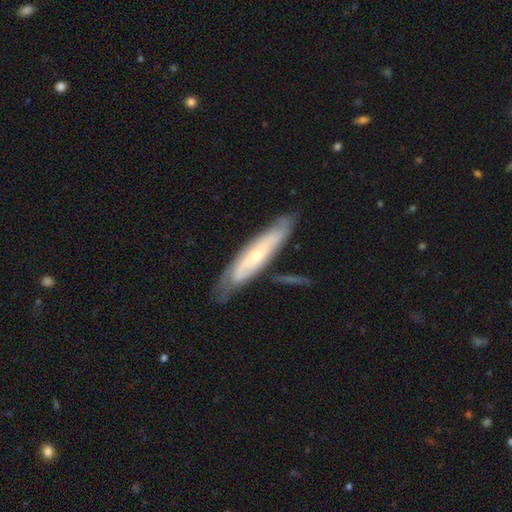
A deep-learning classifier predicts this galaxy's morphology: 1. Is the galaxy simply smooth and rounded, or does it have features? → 63% featured or disk, 31% smooth, 6% star or artifact.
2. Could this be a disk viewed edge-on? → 61% no, 39% yes.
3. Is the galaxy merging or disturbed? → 69% none, 21% minor disturbance, 6% major disturbance, 4% merger.